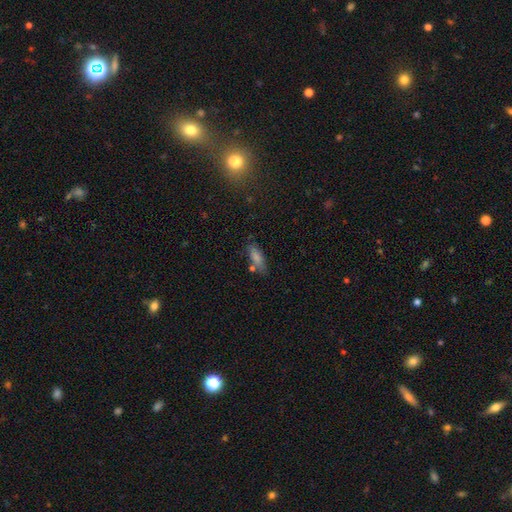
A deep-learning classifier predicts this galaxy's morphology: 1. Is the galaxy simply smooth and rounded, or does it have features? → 67% smooth, 18% star or artifact, 15% featured or disk.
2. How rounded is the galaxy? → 53% in between, 42% cigar-shaped, 4% round.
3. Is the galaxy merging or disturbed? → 73% none, 15% minor disturbance, 7% merger, 4% major disturbance.